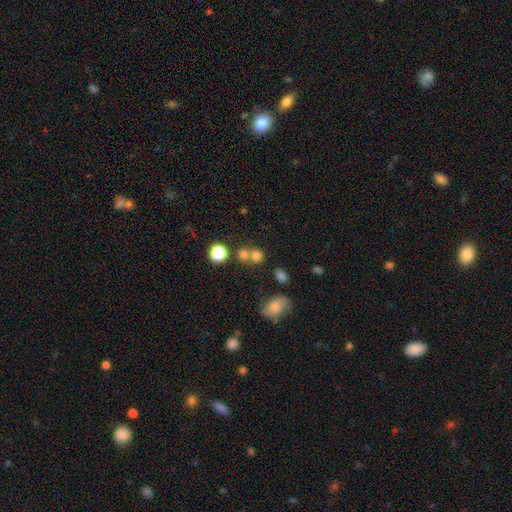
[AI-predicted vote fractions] smooth 73%, star or artifact 16%, featured or disk 10%. Down the decision tree: how rounded — round (78%); merging — none (46%).